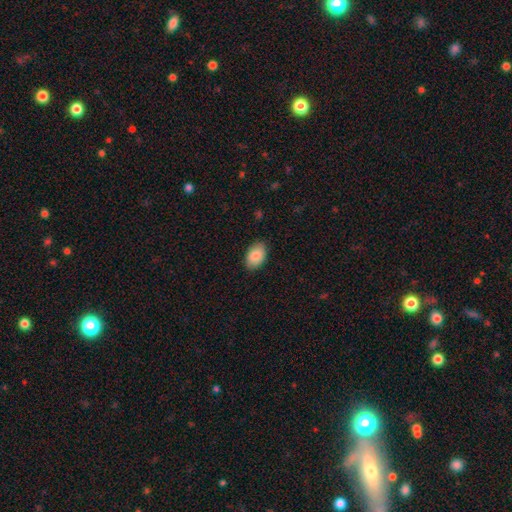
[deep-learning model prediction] This is clearly a smooth galaxy (87%). How rounded: clearly in between (91%). Merging: clearly none (87%).